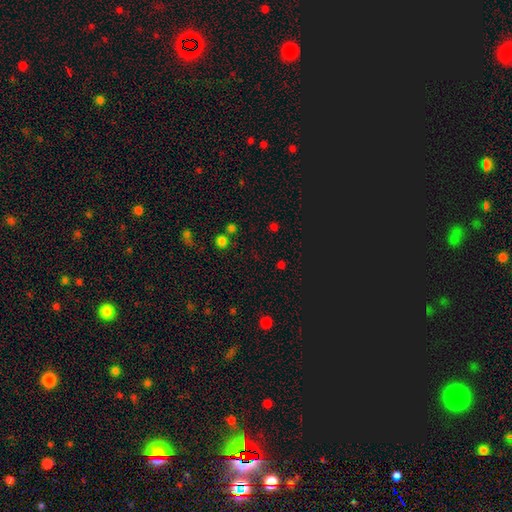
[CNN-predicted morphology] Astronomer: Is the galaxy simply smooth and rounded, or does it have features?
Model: smooth — 48% (runner-up: star or artifact, 47%).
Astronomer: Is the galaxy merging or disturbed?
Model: none — 77%.